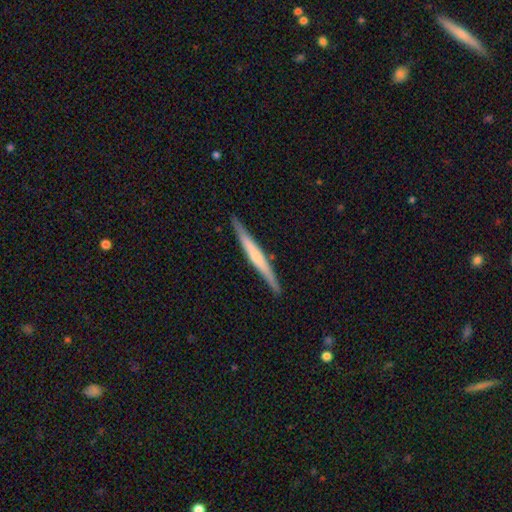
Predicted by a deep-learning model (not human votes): Smooth or featured? Predicted: featured or disk (p=0.53). Edge-on disk? Predicted: yes (p=0.97). Edge-on bulge? Predicted: none (p=0.59). Merging? Predicted: none (p=0.90).